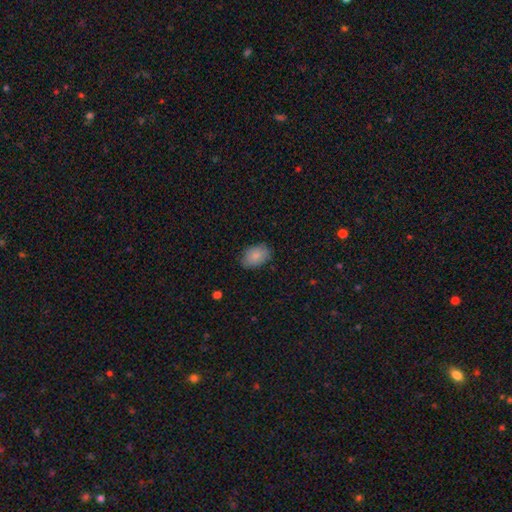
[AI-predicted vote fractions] Overall: smooth (86%). How rounded: in between (85%). Merging: none (82%).